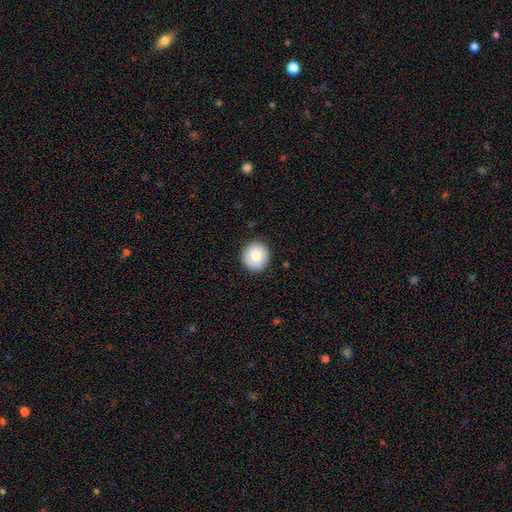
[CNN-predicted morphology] smooth-or-featured: smooth: 82% | featured or disk: 11% | star or artifact: 7%
  how-rounded: round: 90% | in between: 9% | cigar-shaped: 1%
  merging: none: 90% | minor disturbance: 8% | major disturbance: 2% | merger: 1%